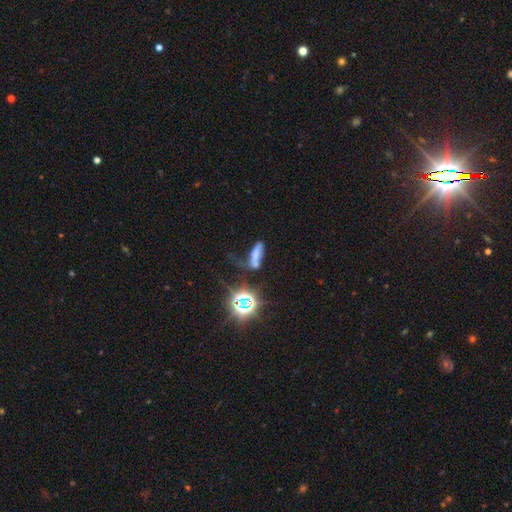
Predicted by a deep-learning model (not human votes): smooth 55%, star or artifact 26%, featured or disk 18%. Down the decision tree: how rounded — cigar-shaped (57%); merging — none (35%).